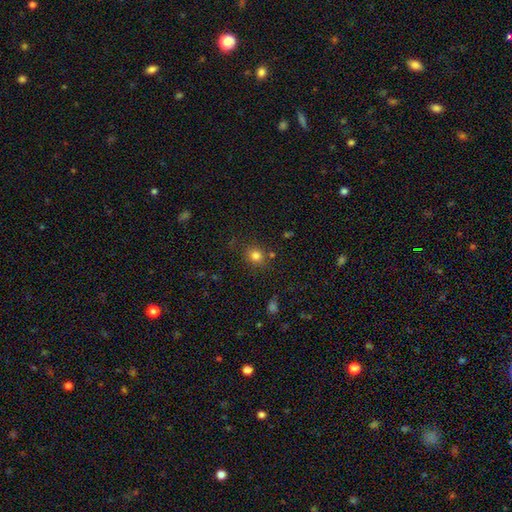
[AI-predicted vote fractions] Overall: smooth (78%). How rounded: round (79%). Merging: none (82%).